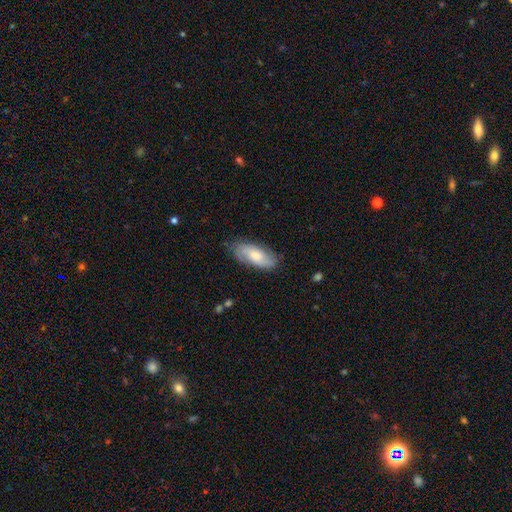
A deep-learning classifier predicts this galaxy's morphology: Smooth or featured? Predicted: smooth (p=0.54). How rounded? Predicted: in between (p=0.84). Merging? Predicted: none (p=0.76).